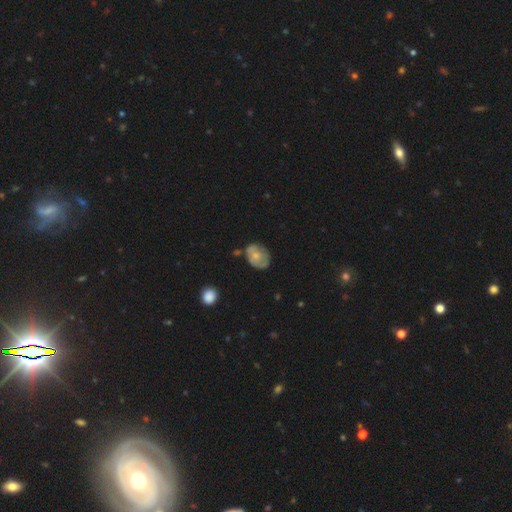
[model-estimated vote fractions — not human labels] This appears to be a smooth galaxy with no disk features (54%) that is in between round and cigar-shaped (62%). Merging: none (53%).